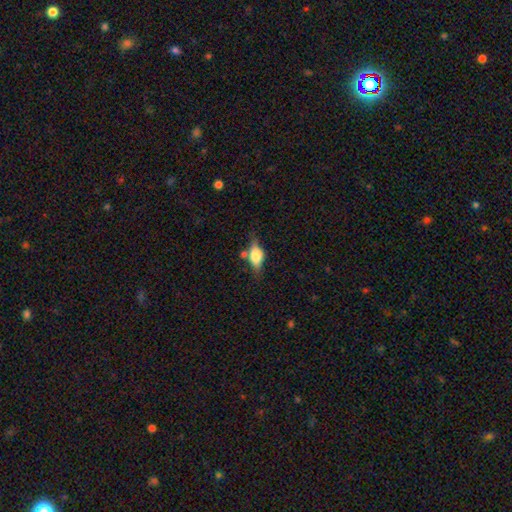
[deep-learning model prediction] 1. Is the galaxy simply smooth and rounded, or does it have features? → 54% smooth, 37% featured or disk, 8% star or artifact.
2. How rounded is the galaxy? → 75% in between, 16% cigar-shaped, 9% round.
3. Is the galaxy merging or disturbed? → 58% none, 22% minor disturbance, 11% merger, 8% major disturbance.